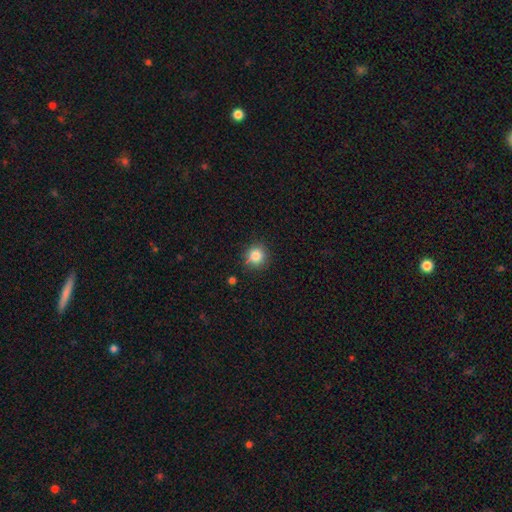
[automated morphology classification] Smooth or featured?
  - smooth: 83% *
  - star or artifact: 12%
  - featured or disk: 5%
How rounded?
  - round: 89% *
  - in between: 10%
  - cigar-shaped: 1%
Merging?
  - none: 85% *
  - minor disturbance: 11%
  - major disturbance: 2%
  - merger: 2%